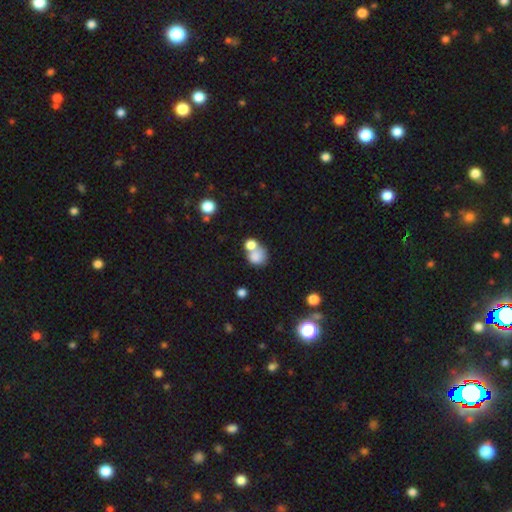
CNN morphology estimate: A smooth galaxy with no disk features (78%) that is round (72%). Merging: merger (52%).